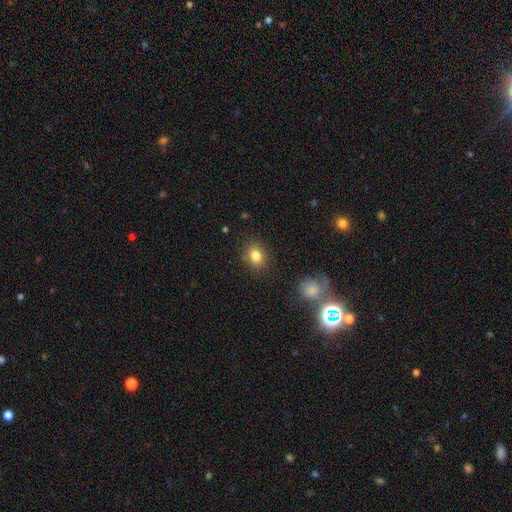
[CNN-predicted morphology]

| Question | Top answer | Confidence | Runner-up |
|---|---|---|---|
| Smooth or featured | smooth | 83% | star or artifact (10%) |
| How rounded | round | 52% | in between (47%) |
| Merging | none | 86% | minor disturbance (9%) |